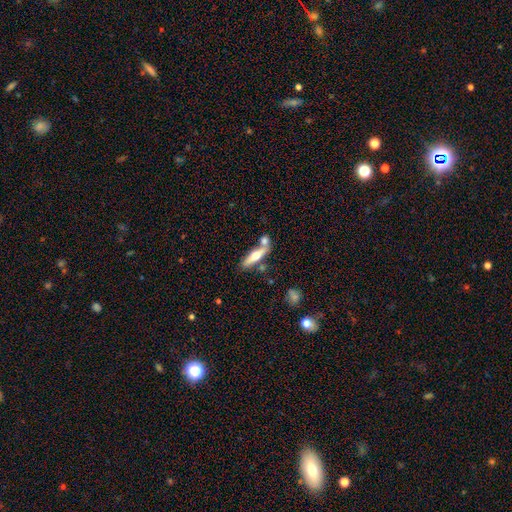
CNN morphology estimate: smooth_or_featured: smooth (p=0.49) [alt: featured or disk p=0.45]
merging: none (p=0.60) [alt: merger p=0.25]